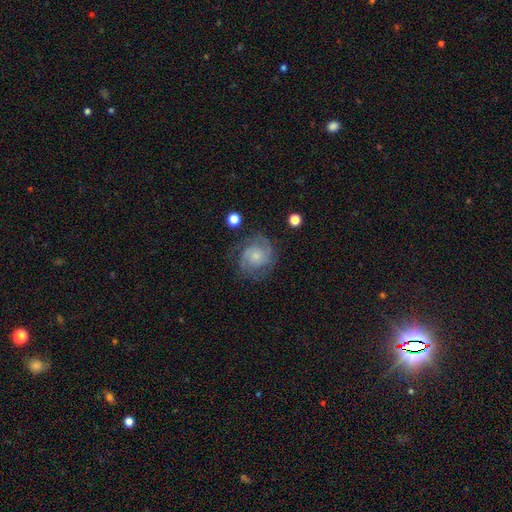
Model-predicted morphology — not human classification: This is likely a featured or disk galaxy (72%). It is clearly not viewed edge-on (98%). Bar: likely no (74%). Spiral arm pattern: clearly yes (93%). Spiral arm count: possibly 2 (47%). Spiral winding: possibly tight (51%). Central bulge: likely small (61%). Merging: likely none (71%).